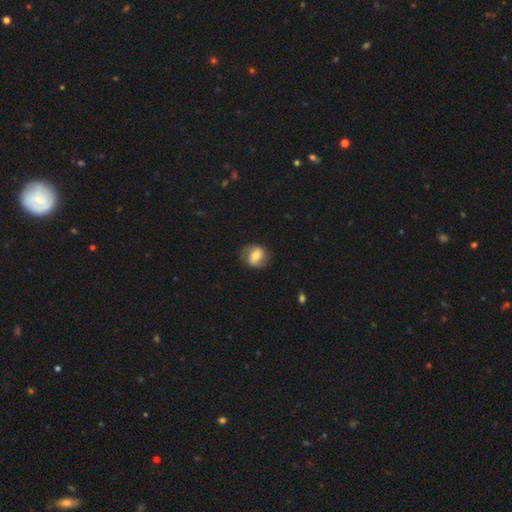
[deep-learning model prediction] smooth-or-featured: smooth: 53% | featured or disk: 39% | star or artifact: 8%
  how-rounded: round: 59% | in between: 39% | cigar-shaped: 1%
  merging: none: 74% | minor disturbance: 18% | major disturbance: 7% | merger: 1%